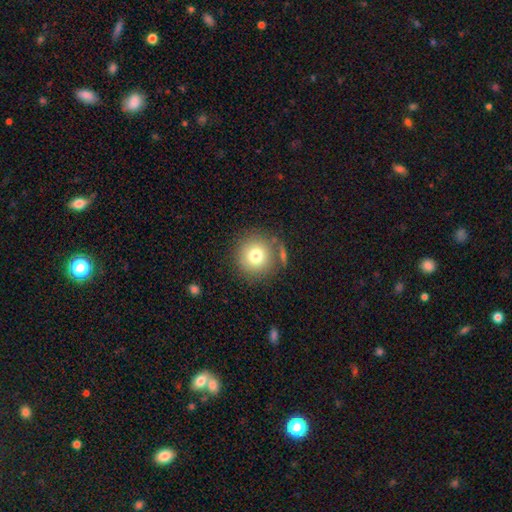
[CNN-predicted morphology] Overall: smooth (77%). How rounded: round (94%). Merging: none (80%).